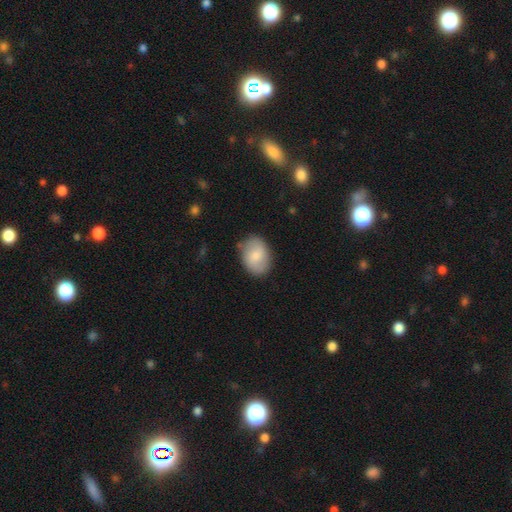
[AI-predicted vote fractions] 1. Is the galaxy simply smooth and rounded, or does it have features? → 73% smooth, 21% featured or disk, 6% star or artifact.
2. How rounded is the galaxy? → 77% in between, 22% round, 1% cigar-shaped.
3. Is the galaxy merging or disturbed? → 82% none, 13% minor disturbance, 3% major disturbance, 2% merger.